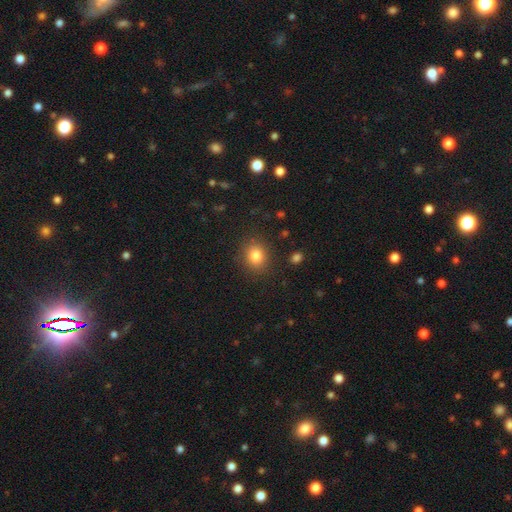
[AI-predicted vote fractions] Overall: smooth (82%). How rounded: round (68%; in between 31%). Merging: none (87%).